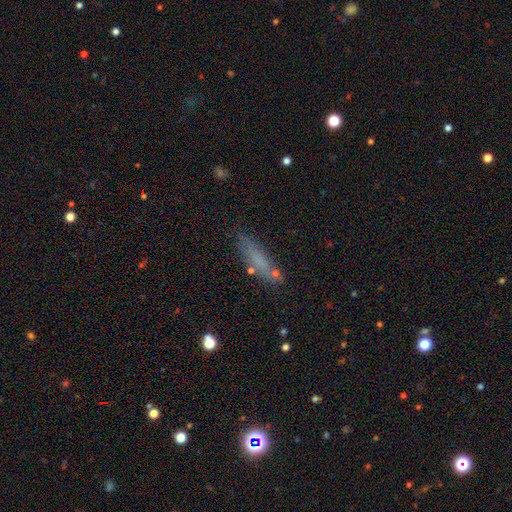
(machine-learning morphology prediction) Q: Smooth or featured?
A: smooth (73%); runner-up: featured or disk (16%)
Q: How rounded?
A: cigar-shaped (69%); runner-up: in between (29%)
Q: Merging?
A: none (73%); runner-up: minor disturbance (17%)